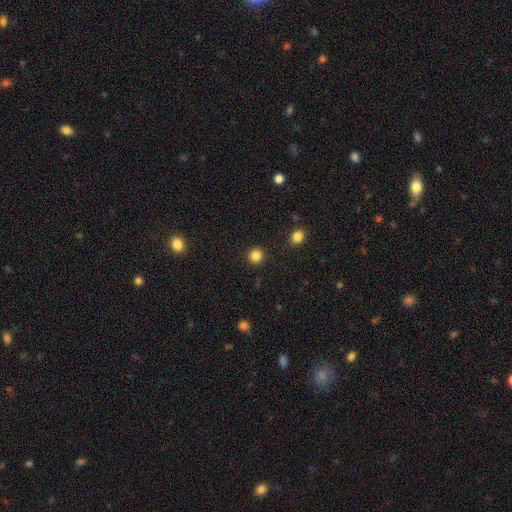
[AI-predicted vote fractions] Q: Smooth or featured?
A: smooth (85%); runner-up: star or artifact (12%)
Q: How rounded?
A: round (92%); runner-up: in between (7%)
Q: Merging?
A: none (92%); runner-up: minor disturbance (5%)